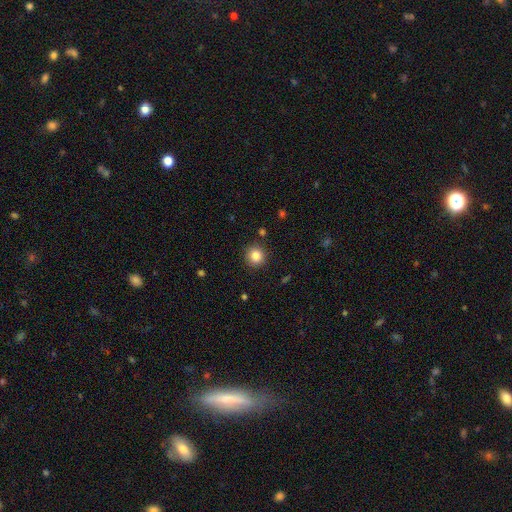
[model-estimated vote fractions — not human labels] This is clearly a smooth galaxy (85%). How rounded: clearly round (94%). Merging: clearly none (90%).